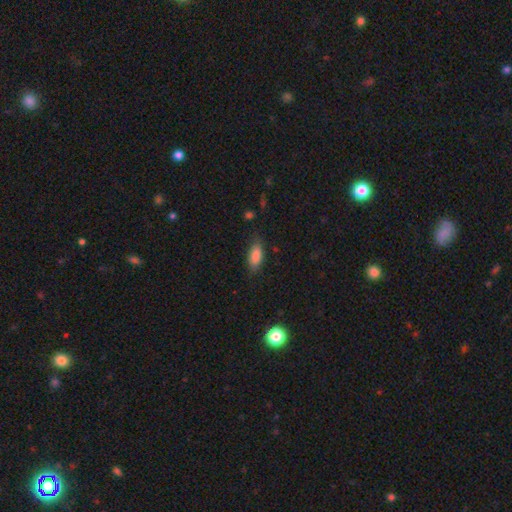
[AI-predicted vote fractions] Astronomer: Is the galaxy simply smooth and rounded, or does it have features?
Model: smooth — 85%.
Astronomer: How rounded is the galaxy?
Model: in between — 81%.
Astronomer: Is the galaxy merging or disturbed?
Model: none — 78%.